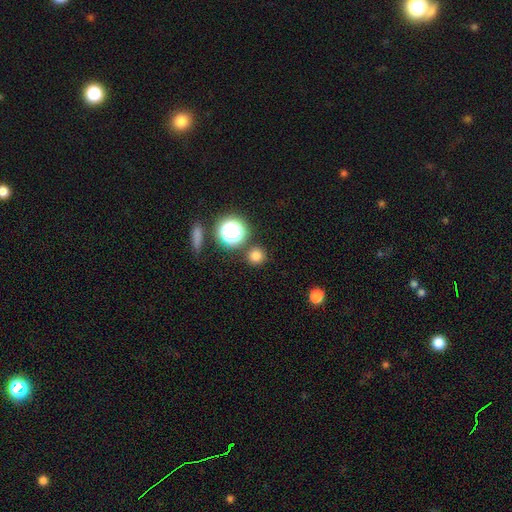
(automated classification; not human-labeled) This appears to be a smooth galaxy with no disk features (75%) that is round (93%). Merging: none (85%).